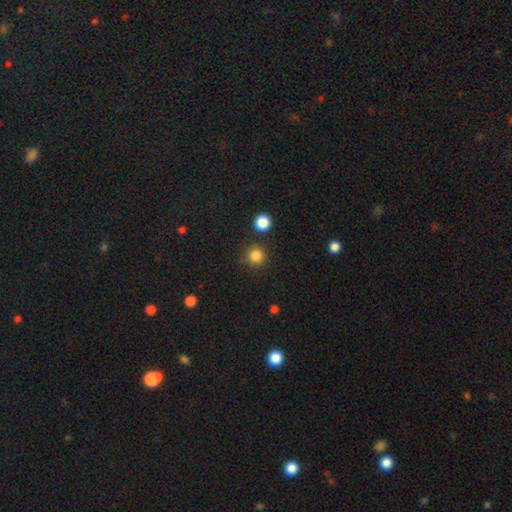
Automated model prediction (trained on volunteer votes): A smooth galaxy with no disk features (83%) that is round (94%). Merging: none (85%).